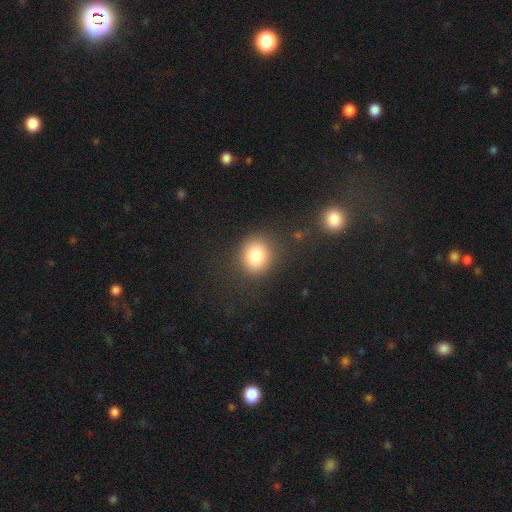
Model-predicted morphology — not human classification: Q: Smooth or featured?
A: smooth (80%); runner-up: star or artifact (11%)
Q: How rounded?
A: round (80%); runner-up: in between (19%)
Q: Merging?
A: none (85%); runner-up: minor disturbance (8%)